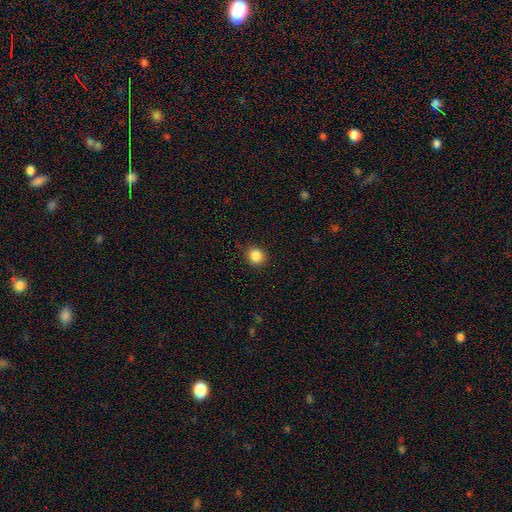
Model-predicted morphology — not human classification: The model was most divided on "how rounded": round: 86%, in between: 13%, cigar-shaped: 1%. More confident: merging — none (88%); smooth or featured — smooth (86%).